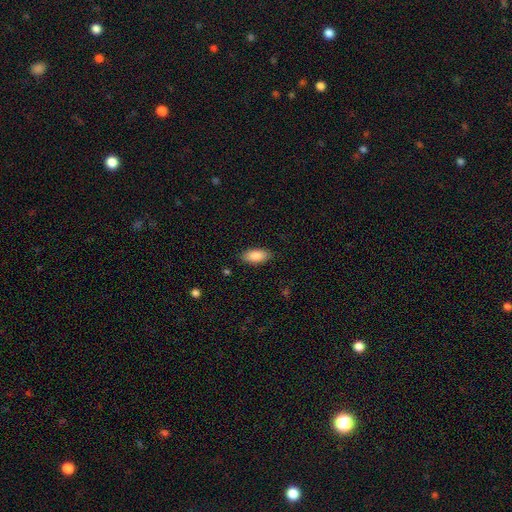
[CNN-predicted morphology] A smooth galaxy with no disk features (87%) that is in between round and cigar-shaped (90%). Merging: none (87%).